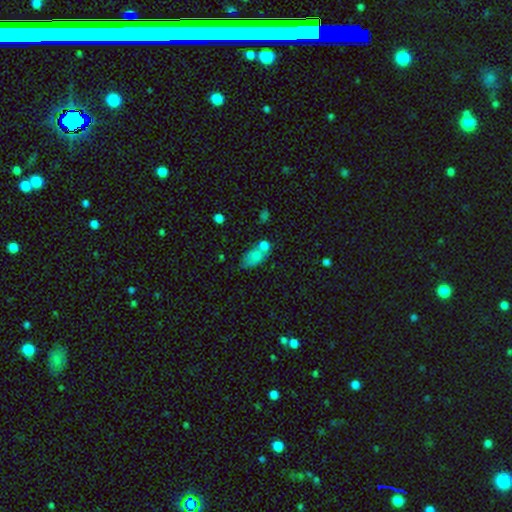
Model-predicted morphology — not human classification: Smooth or featured? smooth (74%)
How rounded? in between (84%)
Merging? merger (39%)